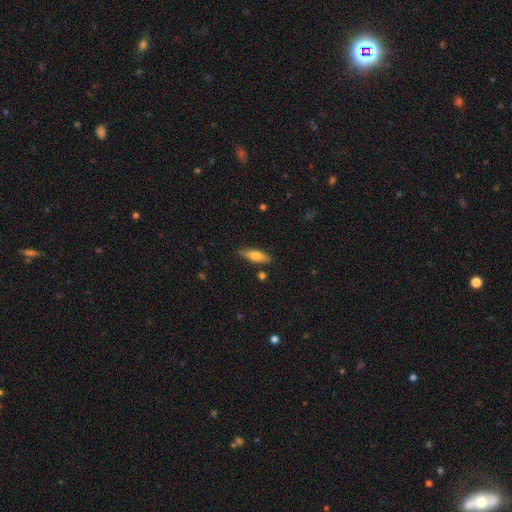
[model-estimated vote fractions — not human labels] Smooth or featured: smooth — 72% (featured or disk — 22%)
How rounded: cigar-shaped — 52% (in between — 46%)
Merging: none — 84% (minor disturbance — 11%)